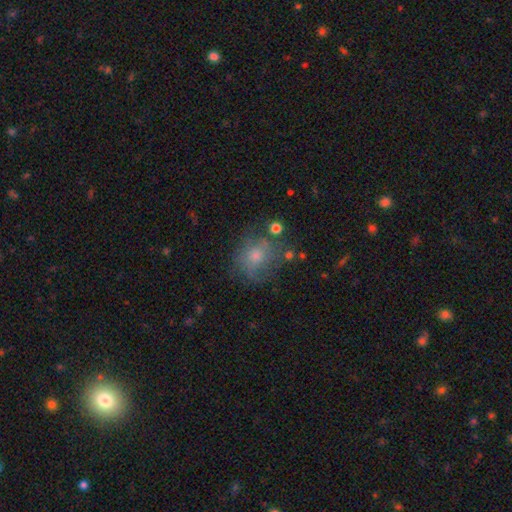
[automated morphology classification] The model was most divided on "merging": none: 55%, minor disturbance: 23%, major disturbance: 16%, merger: 6%. More confident: how rounded — round (70%); smooth or featured — smooth (62%).